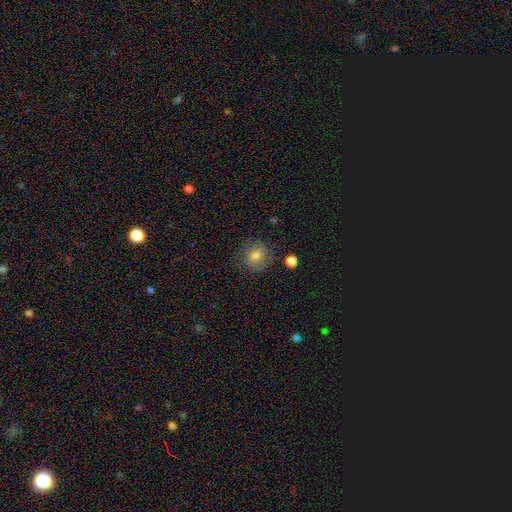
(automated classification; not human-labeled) The model was most divided on "smooth or featured": smooth: 73%, featured or disk: 15%, star or artifact: 13%. More confident: merging — none (81%); how rounded — round (81%).